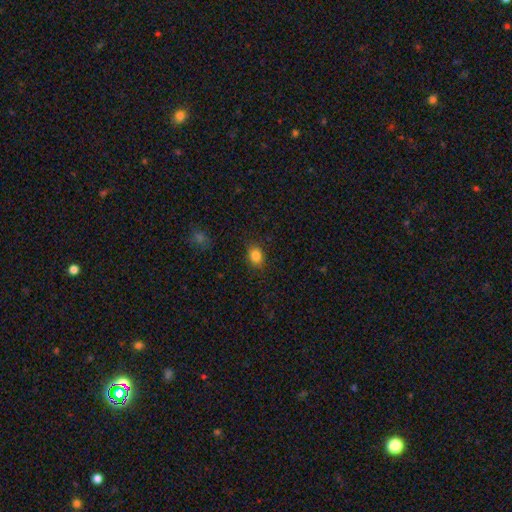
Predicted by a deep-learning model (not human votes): This appears to be a smooth galaxy with no disk features (84%) that is in between round and cigar-shaped (59%). Merging: none (84%).